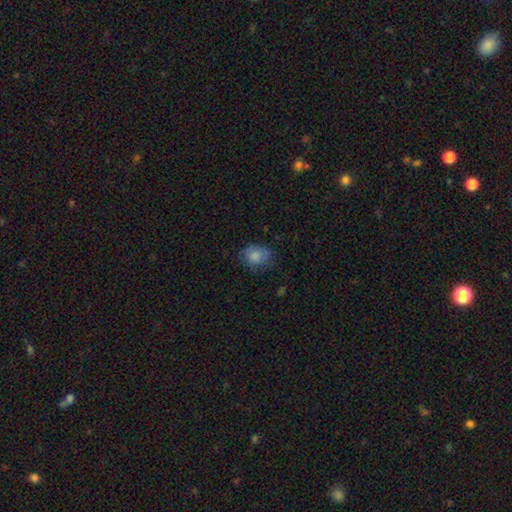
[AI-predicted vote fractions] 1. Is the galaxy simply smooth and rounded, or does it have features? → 78% smooth, 13% featured or disk, 9% star or artifact.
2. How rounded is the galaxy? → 50% round, 49% in between, 1% cigar-shaped.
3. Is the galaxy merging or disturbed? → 61% none, 26% minor disturbance, 11% major disturbance, 1% merger.